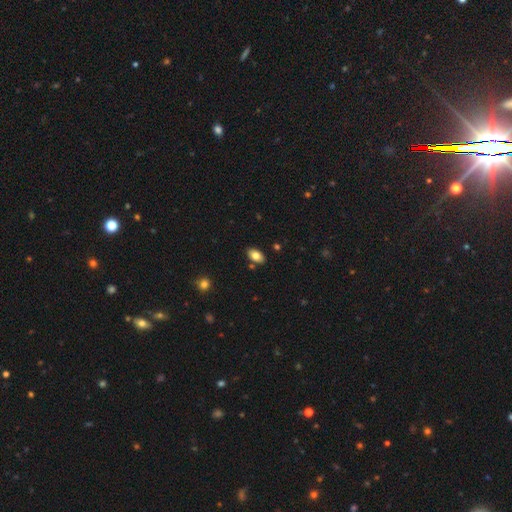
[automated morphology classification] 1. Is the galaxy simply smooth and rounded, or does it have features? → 80% smooth, 12% featured or disk, 8% star or artifact.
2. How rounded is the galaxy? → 92% in between, 6% round, 2% cigar-shaped.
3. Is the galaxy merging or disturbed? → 84% none, 10% minor disturbance, 4% merger, 2% major disturbance.